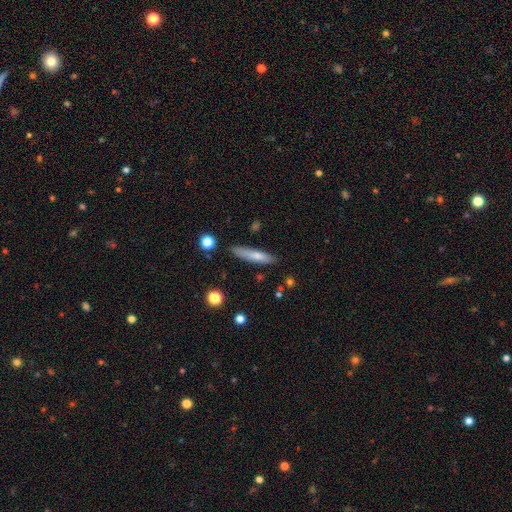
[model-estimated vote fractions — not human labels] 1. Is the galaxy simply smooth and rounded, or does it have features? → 68% smooth, 25% featured or disk, 7% star or artifact.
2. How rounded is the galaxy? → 89% cigar-shaped, 10% in between, 2% round.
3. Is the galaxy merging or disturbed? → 82% none, 13% minor disturbance, 3% merger, 3% major disturbance.